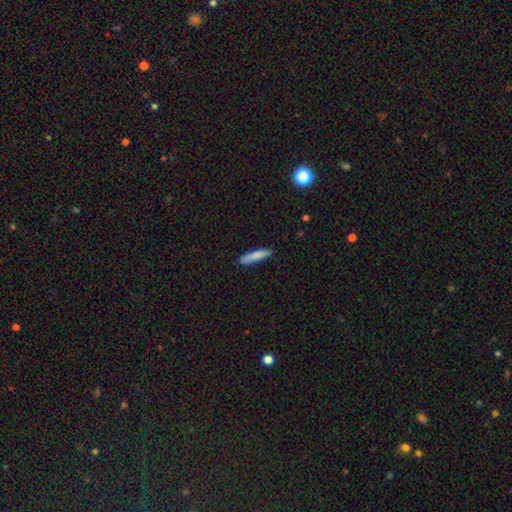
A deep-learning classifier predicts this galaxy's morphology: type=smooth (83%); roundness=cigar-shaped (87%); merging=none (83%).